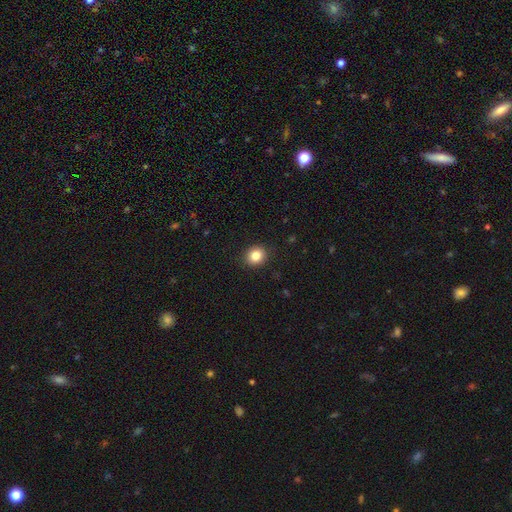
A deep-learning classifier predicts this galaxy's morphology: A smooth galaxy with no disk features (83%) that is round (76%). Merging: none (91%).